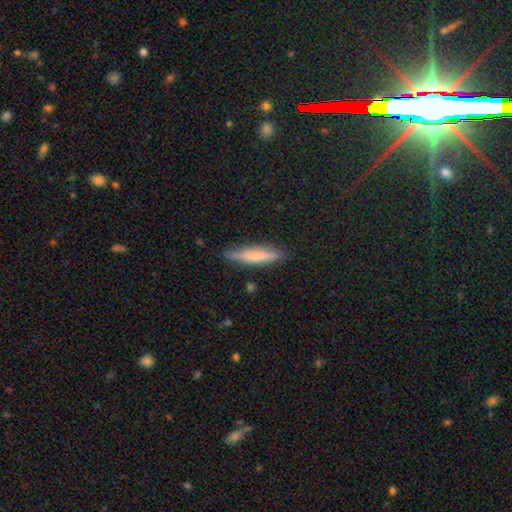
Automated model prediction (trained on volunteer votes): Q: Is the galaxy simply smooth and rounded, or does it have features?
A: smooth — 63%.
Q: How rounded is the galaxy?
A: cigar-shaped — 87%.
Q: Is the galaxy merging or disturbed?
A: none — 82%.